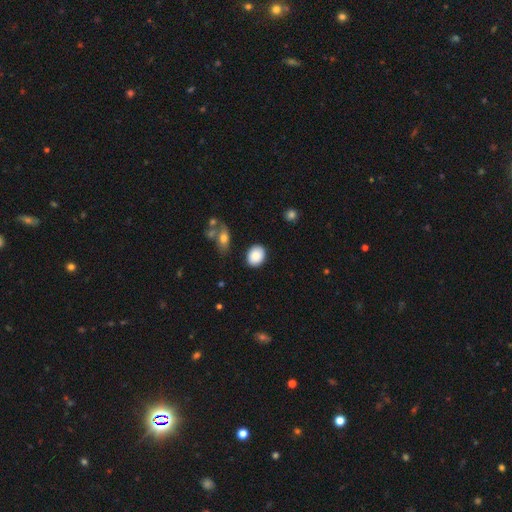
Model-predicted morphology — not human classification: A smooth galaxy with no disk features (88%) that is in between round and cigar-shaped (57%). Merging: none (84%).